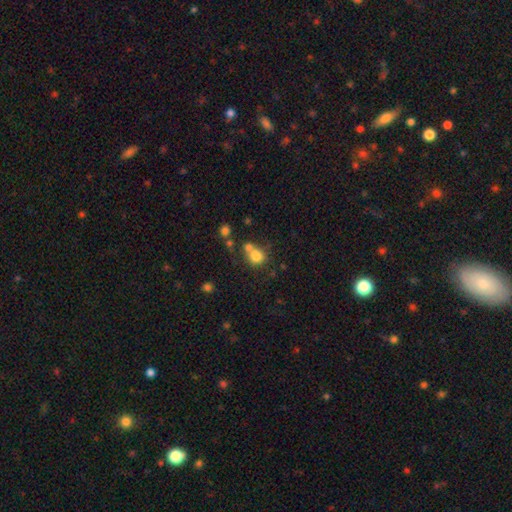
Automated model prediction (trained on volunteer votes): smooth_or_featured: smooth (p=0.77) [alt: star or artifact p=0.12]
how_rounded: round (p=0.75) [alt: in between p=0.24]
merging: none (p=0.44) [alt: merger p=0.38]